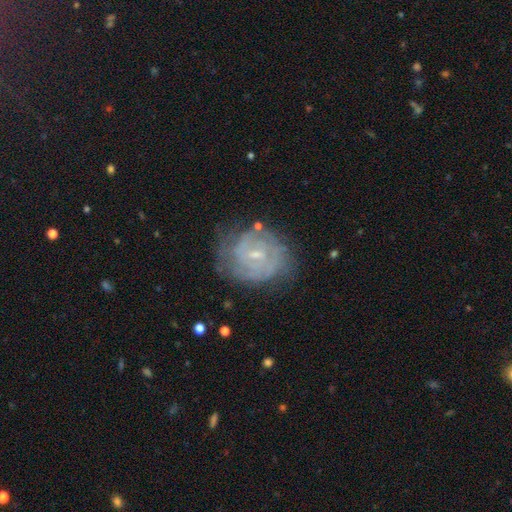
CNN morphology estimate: Overall: featured or disk (77%). Edge-on disk: no (98%). Bar: weak (52%; no 38%). Spiral arms: yes (87%). Spiral arm count: can't tell (42%; 2 32%). Spiral winding: tight (66%; medium 27%). Bulge size: small (70%). Merging: none (69%).